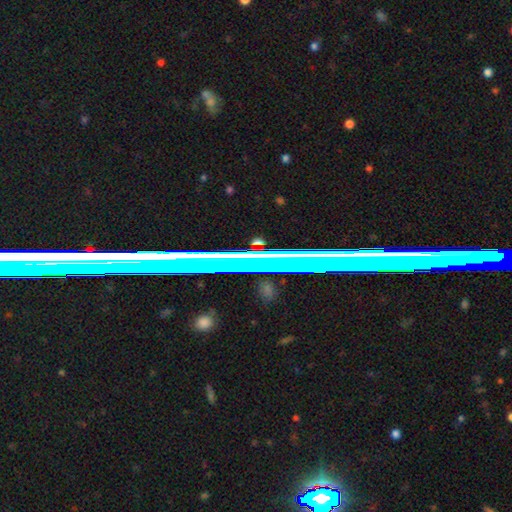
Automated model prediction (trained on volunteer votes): This appears to be a star or artifact, not a galaxy (69%).